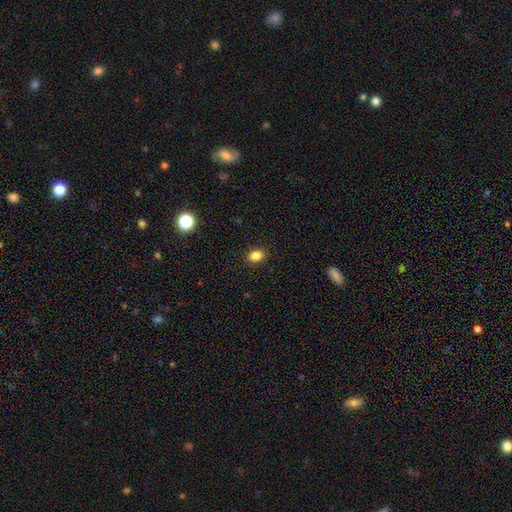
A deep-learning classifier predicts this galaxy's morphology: This is clearly a smooth galaxy (83%). How rounded: likely in between (72%). Merging: clearly none (89%).